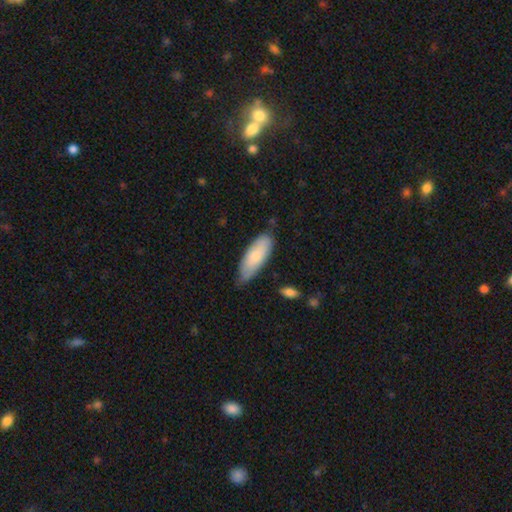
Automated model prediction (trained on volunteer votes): The model was most divided on "merging": none: 68%, minor disturbance: 26%, major disturbance: 4%, merger: 2%. More confident: how rounded — in between (74%); smooth or featured — smooth (74%).